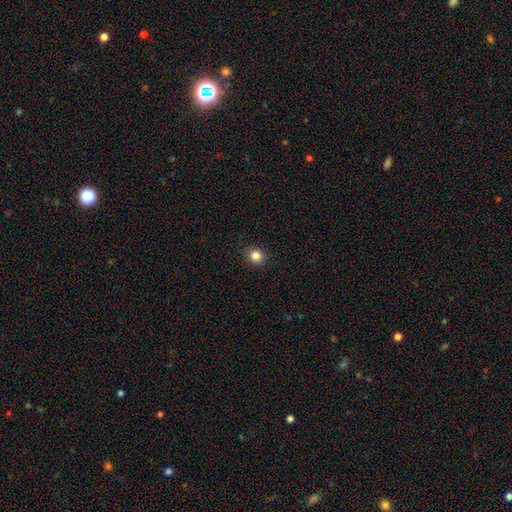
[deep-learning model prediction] smooth_or_featured: smooth (p=0.83) [alt: star or artifact p=0.12]
how_rounded: round (p=0.86) [alt: in between p=0.13]
merging: none (p=0.92) [alt: minor disturbance p=0.06]